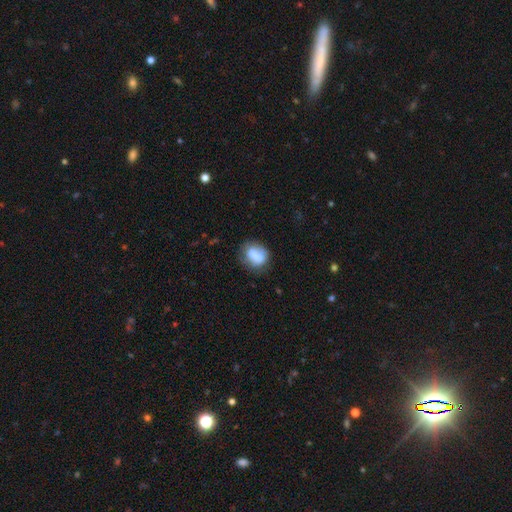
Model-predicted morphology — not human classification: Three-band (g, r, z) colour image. It shows a smooth galaxy with no disk features (74%) that is in between round and cigar-shaped (51%). Merging: none (52%).